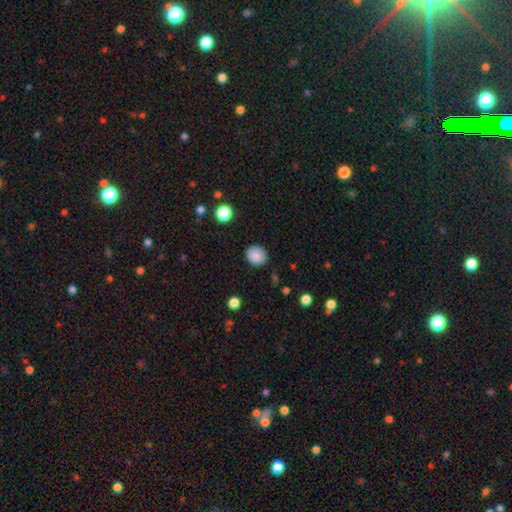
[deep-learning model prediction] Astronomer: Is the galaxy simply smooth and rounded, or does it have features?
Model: smooth — 87%.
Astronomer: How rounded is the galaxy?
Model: round — 76%.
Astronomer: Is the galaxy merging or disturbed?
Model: none — 86%.